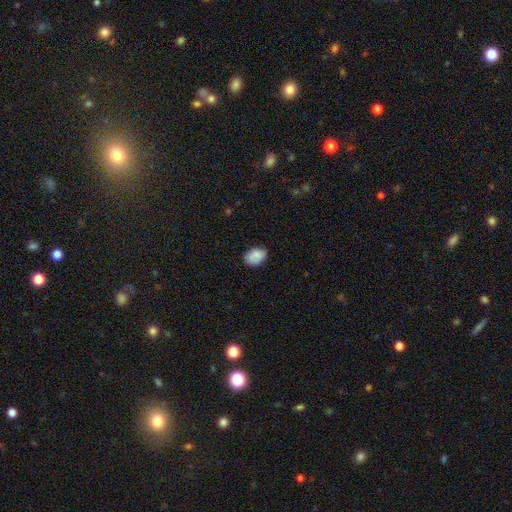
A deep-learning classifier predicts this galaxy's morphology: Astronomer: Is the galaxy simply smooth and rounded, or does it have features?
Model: smooth — 85%.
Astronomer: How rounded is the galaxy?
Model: in between — 76%.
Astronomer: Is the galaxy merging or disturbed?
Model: none — 73%.